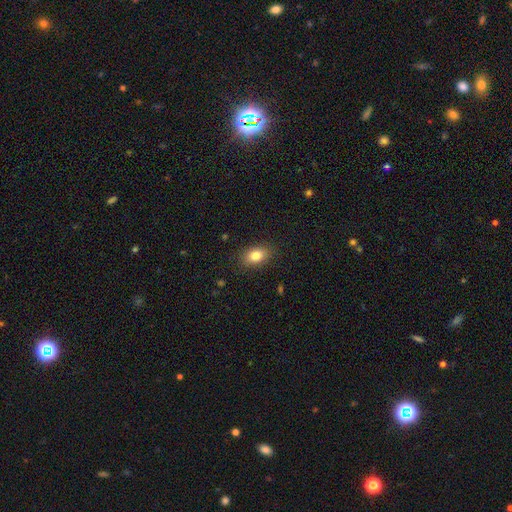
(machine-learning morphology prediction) This is clearly a smooth galaxy (82%). How rounded: clearly in between (80%). Merging: clearly none (86%).